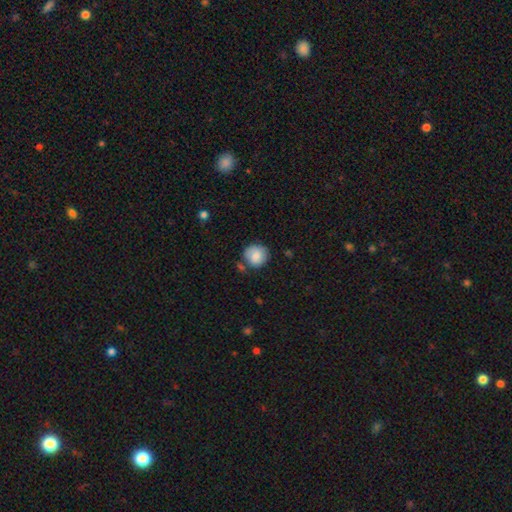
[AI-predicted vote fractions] Smooth or featured?
  - smooth: 82% *
  - featured or disk: 10%
  - star or artifact: 7%
How rounded?
  - round: 88% *
  - in between: 11%
  - cigar-shaped: 1%
Merging?
  - none: 69% *
  - minor disturbance: 18%
  - merger: 8%
  - major disturbance: 5%